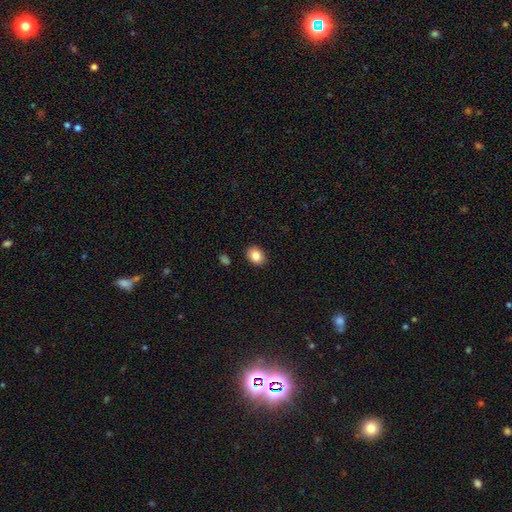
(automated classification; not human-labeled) The model was most divided on "how rounded": in between: 65%, round: 34%, cigar-shaped: 1%. More confident: merging — none (90%); smooth or featured — smooth (85%).